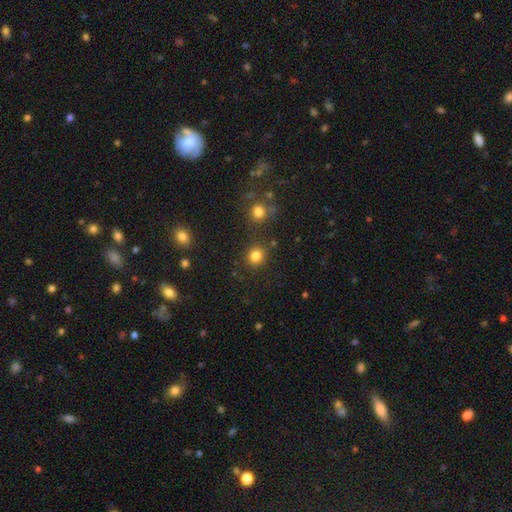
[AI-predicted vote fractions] A smooth galaxy with no disk features (82%) that is round (82%). Merging: none (82%).